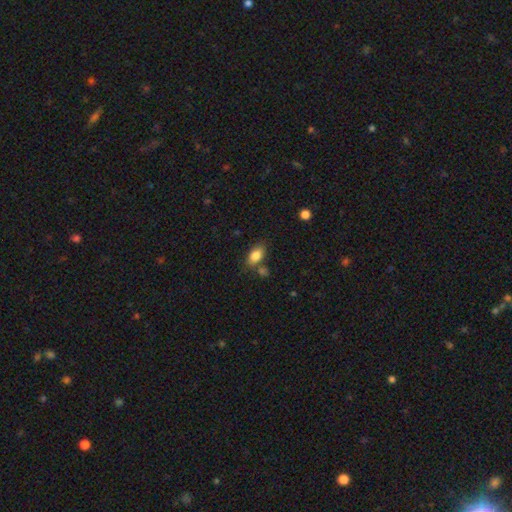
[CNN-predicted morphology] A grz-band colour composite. It shows a smooth galaxy with no disk features (84%) that is in between round and cigar-shaped (88%). Merging: none (68%).